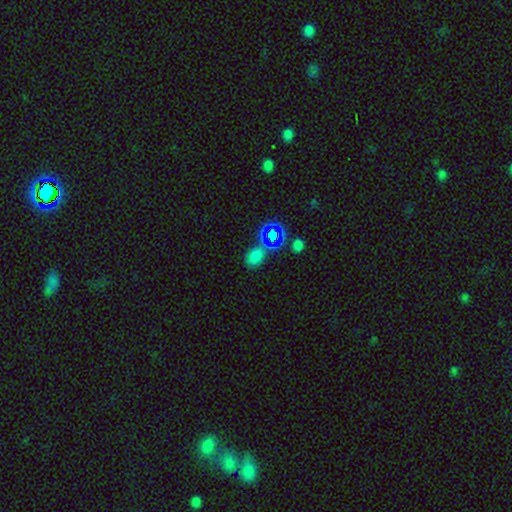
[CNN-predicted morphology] smooth_or_featured: smooth (p=0.61) [alt: star or artifact p=0.32]
how_rounded: in between (p=0.62) [alt: round p=0.36]
merging: none (p=0.54) [alt: merger p=0.23]